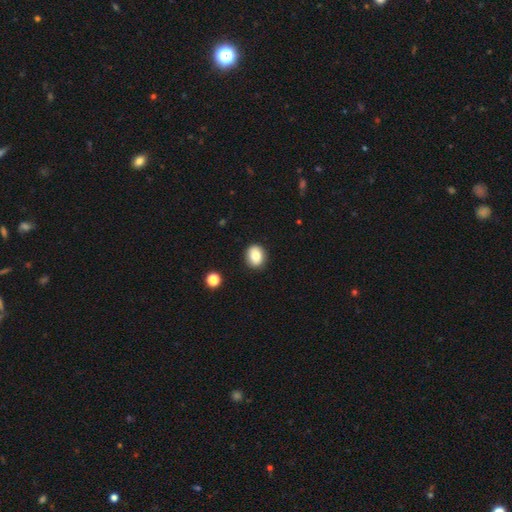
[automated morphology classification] Overall: smooth (82%). How rounded: round (58%; in between 41%). Merging: none (89%).